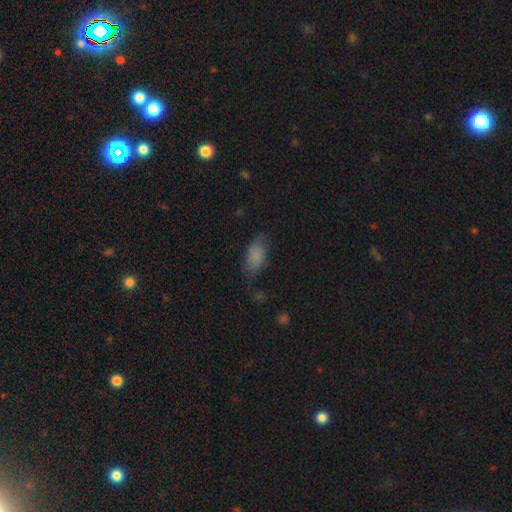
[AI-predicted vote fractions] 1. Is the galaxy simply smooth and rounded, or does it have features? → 82% smooth, 9% featured or disk, 9% star or artifact.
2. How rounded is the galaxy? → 91% in between, 5% cigar-shaped, 4% round.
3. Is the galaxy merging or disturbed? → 62% none, 26% minor disturbance, 9% major disturbance, 2% merger.